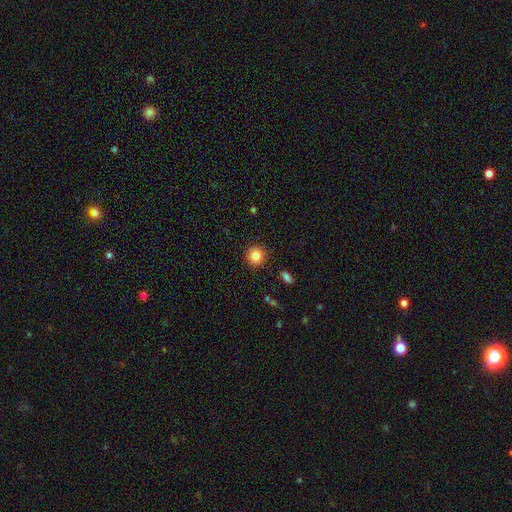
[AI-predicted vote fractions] smooth_or_featured: smooth (p=0.84) [alt: star or artifact p=0.10]
how_rounded: round (p=0.93) [alt: in between p=0.06]
merging: none (p=0.90) [alt: minor disturbance p=0.06]